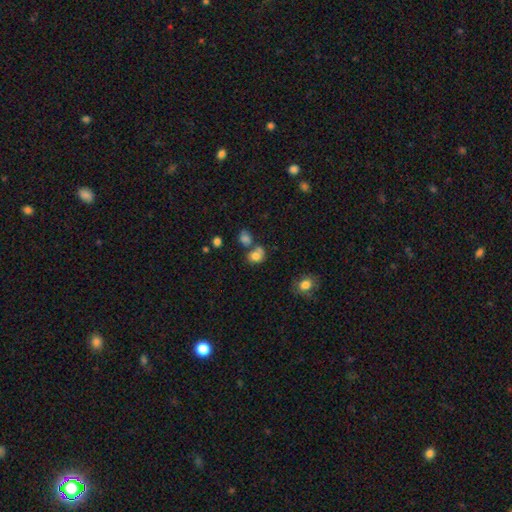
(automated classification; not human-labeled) Smooth or featured? Predicted: smooth (p=0.75). How rounded? Predicted: round (p=0.62). Merging? Predicted: none (p=0.41).